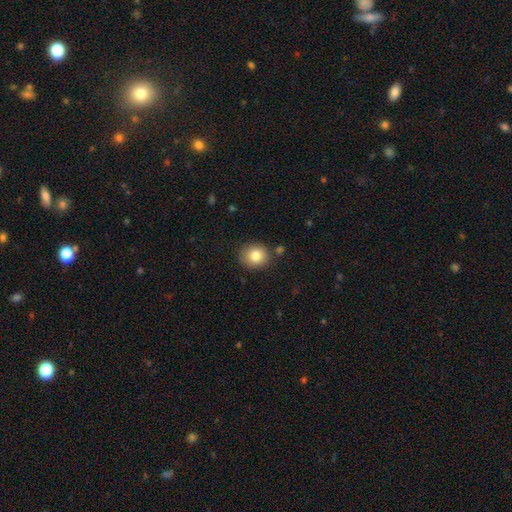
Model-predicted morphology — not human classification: A smooth galaxy with no disk features (82%) that is round (77%). Merging: none (83%).